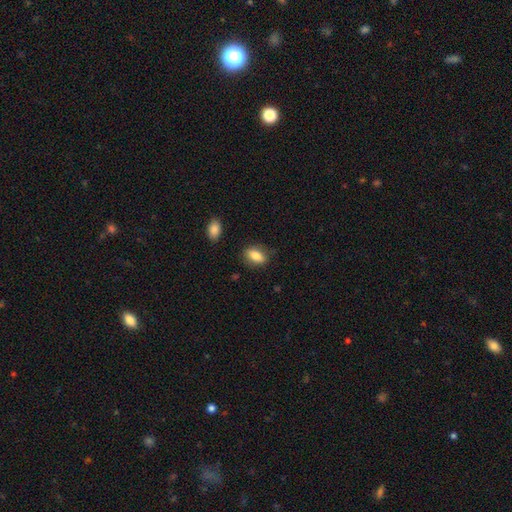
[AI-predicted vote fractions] smooth-or-featured: smooth: 83% | featured or disk: 10% | star or artifact: 7%
  how-rounded: in between: 85% | round: 9% | cigar-shaped: 6%
  merging: none: 81% | minor disturbance: 14% | major disturbance: 4% | merger: 2%